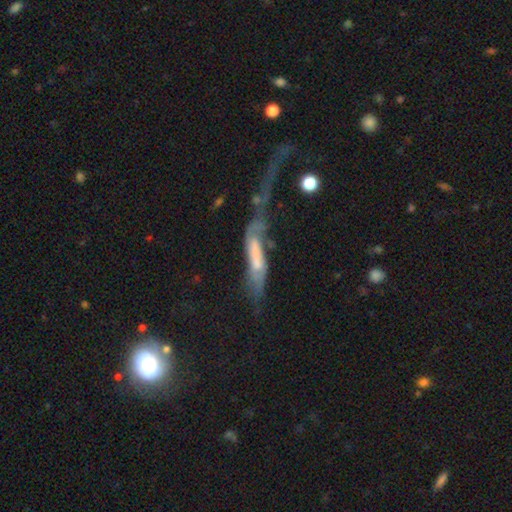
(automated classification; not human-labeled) Q: Smooth or featured?
A: featured or disk (52%); runner-up: smooth (38%)
Q: Edge-on disk?
A: no (56%); runner-up: yes (44%)
Q: Merging?
A: major disturbance (46%); runner-up: none (20%)